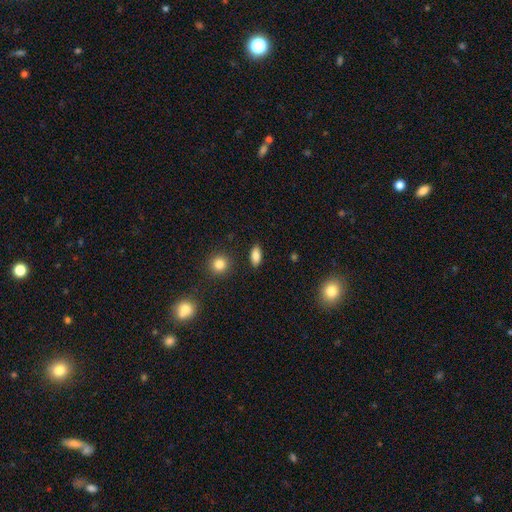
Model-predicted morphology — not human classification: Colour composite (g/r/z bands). It shows a smooth galaxy with no disk features (85%) that is in between round and cigar-shaped (85%). Merging: none (89%).